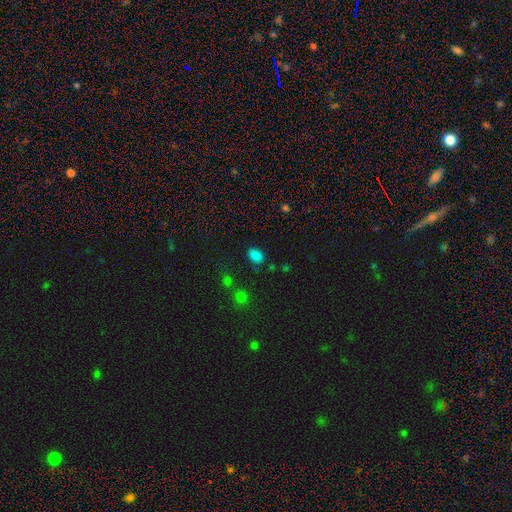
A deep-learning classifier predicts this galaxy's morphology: Overall: smooth (81%). How rounded: in between (82%). Merging: none (80%).